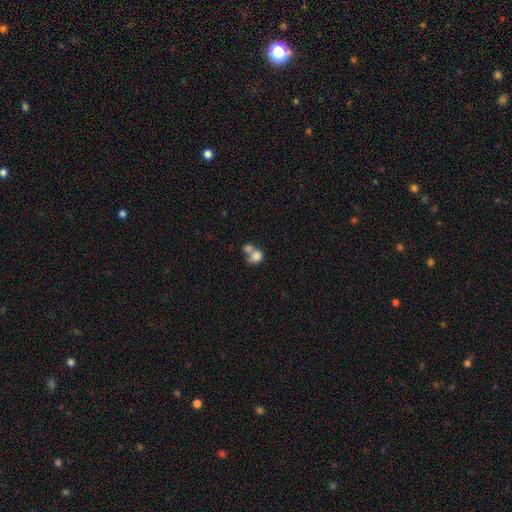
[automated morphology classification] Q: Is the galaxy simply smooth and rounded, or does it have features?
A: smooth — 77%.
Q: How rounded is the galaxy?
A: round — 55%.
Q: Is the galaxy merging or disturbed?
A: merger — 64%.